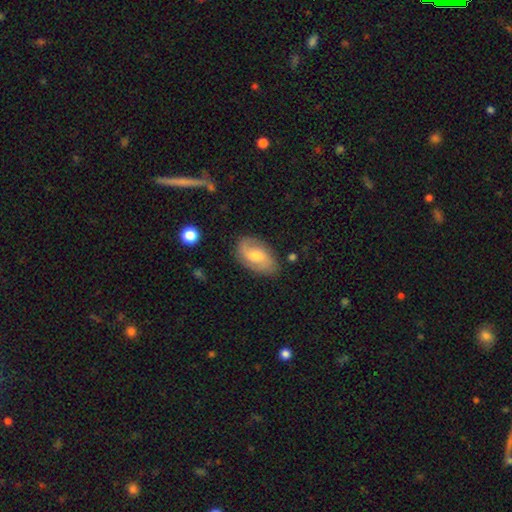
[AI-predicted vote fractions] Smooth or featured? featured or disk (56%)
Edge-on disk? no (94%)
Bar? no (53%)
Spiral arms? yes (86%)
Bulge size? moderate (63%)
Merging? none (78%)